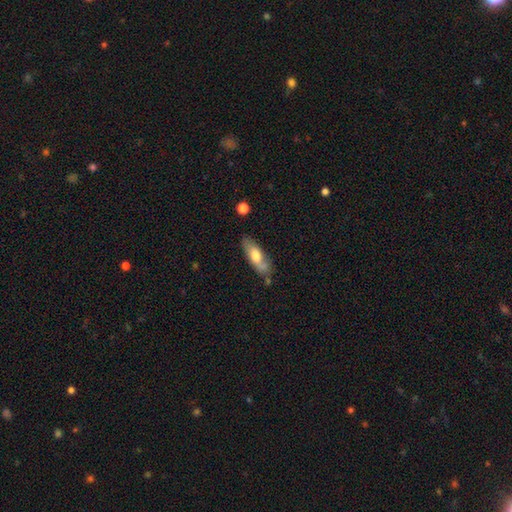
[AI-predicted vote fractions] The model was most divided on "smooth or featured": smooth: 61%, featured or disk: 33%, star or artifact: 6%. More confident: merging — none (69%); how rounded — in between (65%).